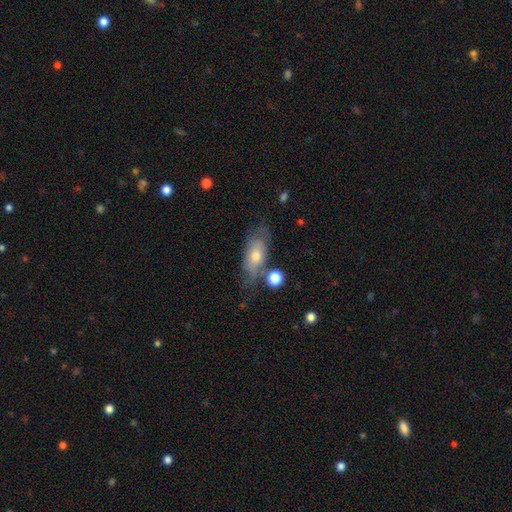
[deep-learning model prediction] A smooth galaxy with no disk features (57%) that is in between round and cigar-shaped (81%).

Vote fractions:
- Smooth or featured? smooth: 57% / featured or disk: 35% / star or artifact: 8%
- How rounded? in between: 81% / cigar-shaped: 13% / round: 7%
- Merging? none: 53% / minor disturbance: 26% / major disturbance: 12% / merger: 9%